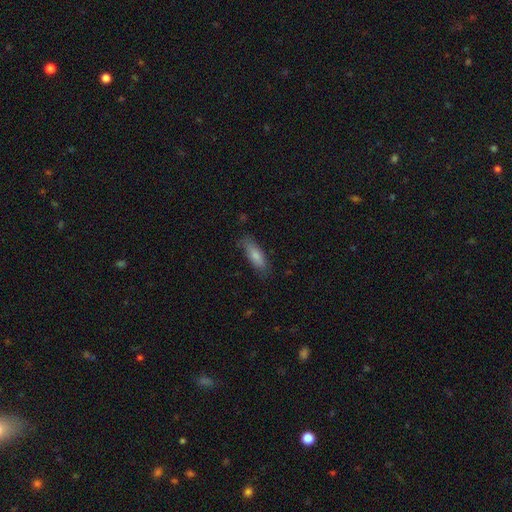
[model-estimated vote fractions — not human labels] Smooth or featured: smooth — 80% (featured or disk — 14%)
How rounded: in between — 58% (cigar-shaped — 40%)
Merging: none — 75% (minor disturbance — 19%)